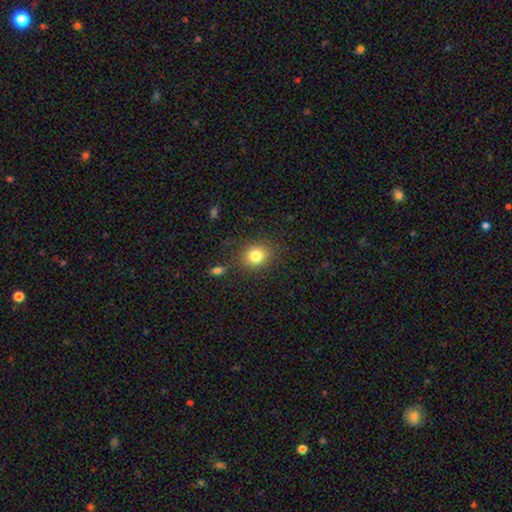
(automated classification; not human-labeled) Morphology: type=smooth (81%); roundness=round (71%); merging=none (83%).